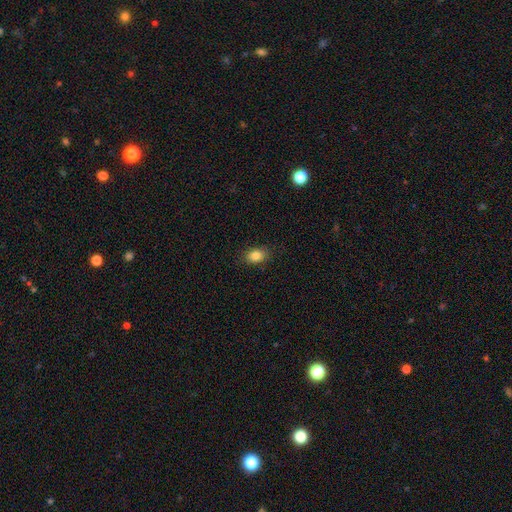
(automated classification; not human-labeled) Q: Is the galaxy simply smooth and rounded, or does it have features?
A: smooth — 84%.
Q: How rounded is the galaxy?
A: in between — 77%.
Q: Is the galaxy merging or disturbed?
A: none — 86%.